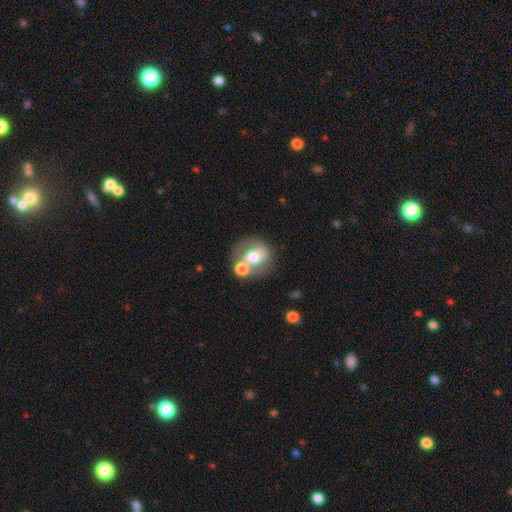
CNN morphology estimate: This is possibly a smooth galaxy (48%). Merging: possibly none (49%).